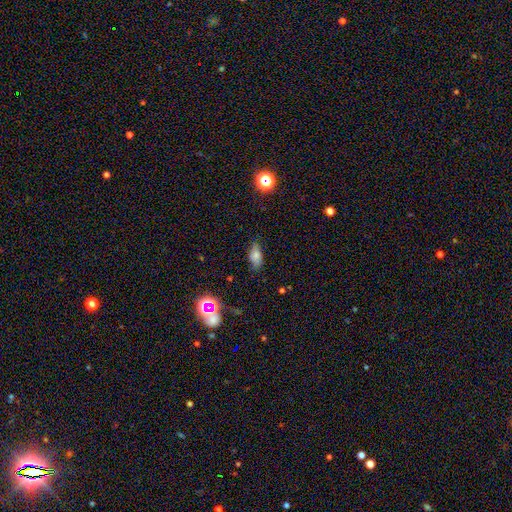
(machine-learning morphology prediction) Q: Smooth or featured?
A: smooth (70%); runner-up: featured or disk (17%)
Q: How rounded?
A: in between (85%); runner-up: cigar-shaped (10%)
Q: Merging?
A: none (73%); runner-up: minor disturbance (21%)